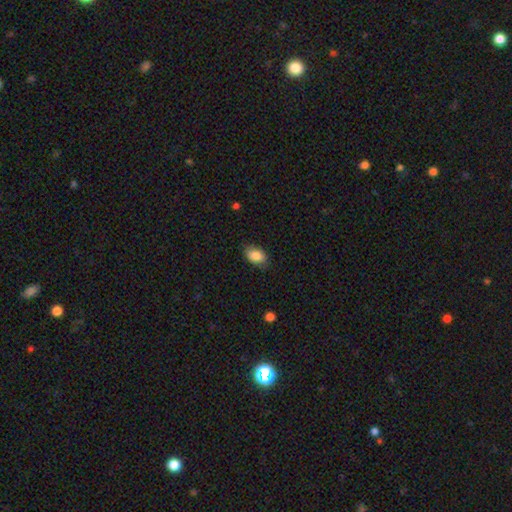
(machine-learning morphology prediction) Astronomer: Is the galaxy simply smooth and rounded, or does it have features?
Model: smooth — 86%.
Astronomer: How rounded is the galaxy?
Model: in between — 89%.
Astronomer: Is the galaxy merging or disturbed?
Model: none — 82%.